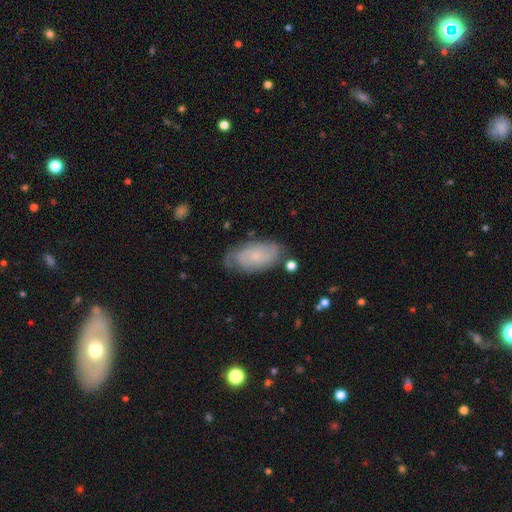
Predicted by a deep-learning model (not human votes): Overall: smooth (48%; featured or disk 44%). Merging: none (64%; minor disturbance 26%).